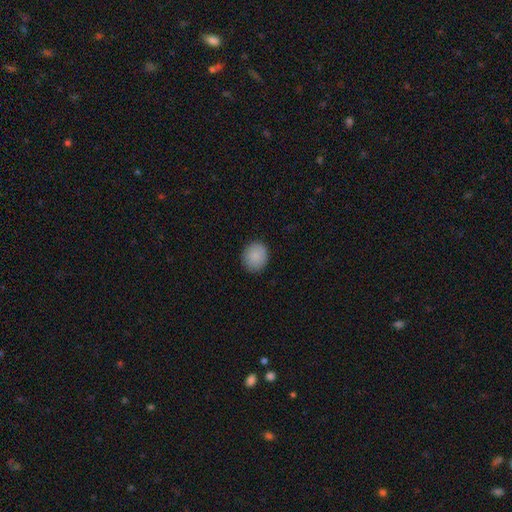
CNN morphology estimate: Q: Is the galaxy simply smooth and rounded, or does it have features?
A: smooth — 88%.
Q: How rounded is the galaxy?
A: round — 77%.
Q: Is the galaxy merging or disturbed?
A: none — 89%.